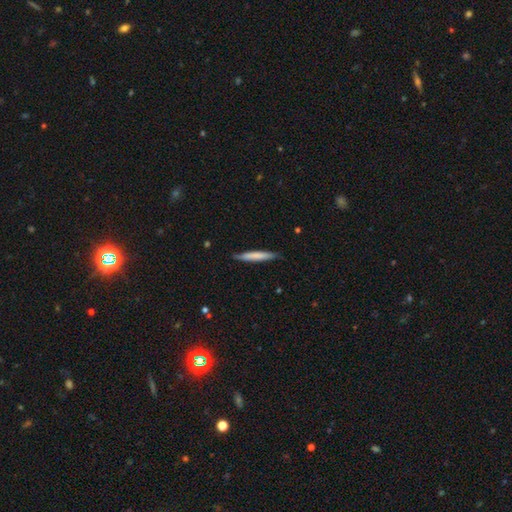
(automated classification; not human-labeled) A smooth galaxy with no disk features (70%) that is cigar-shaped (95%).

Vote fractions:
- Smooth or featured? smooth: 70% / featured or disk: 25% / star or artifact: 5%
- How rounded? cigar-shaped: 95% / in between: 4% / round: 1%
- Merging? none: 85% / minor disturbance: 12% / major disturbance: 2% / merger: 1%